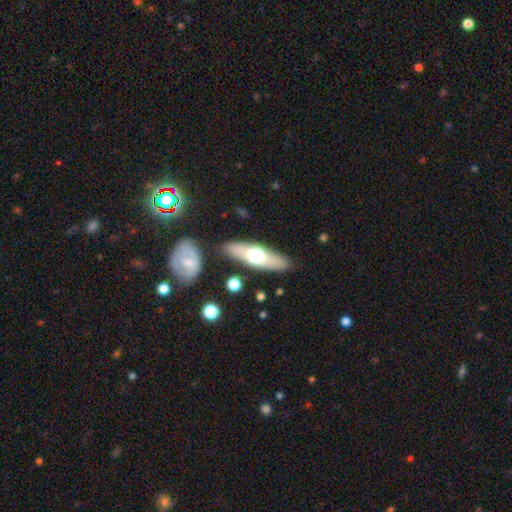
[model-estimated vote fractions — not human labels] Q: Smooth or featured?
A: smooth (51%); runner-up: featured or disk (43%)
Q: How rounded?
A: cigar-shaped (51%); runner-up: in between (46%)
Q: Merging?
A: none (84%); runner-up: minor disturbance (10%)